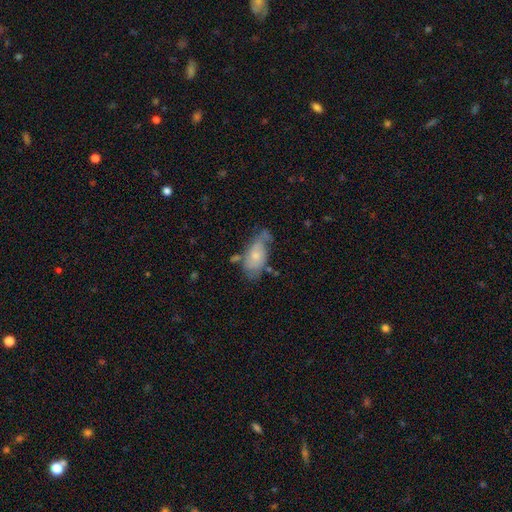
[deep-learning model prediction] smooth_or_featured: smooth (p=0.51) [alt: featured or disk p=0.42]
how_rounded: in between (p=0.87) [alt: cigar-shaped p=0.08]
merging: none (p=0.43) [alt: minor disturbance p=0.32]